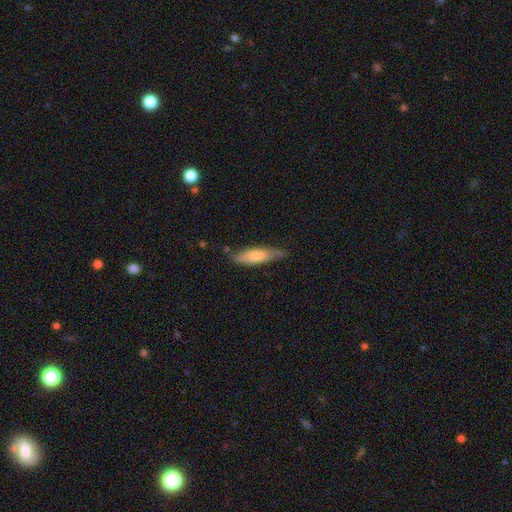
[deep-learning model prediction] smooth_or_featured: smooth (p=0.63) [alt: featured or disk p=0.31]
how_rounded: cigar-shaped (p=0.70) [alt: in between p=0.28]
merging: none (p=0.73) [alt: minor disturbance p=0.22]